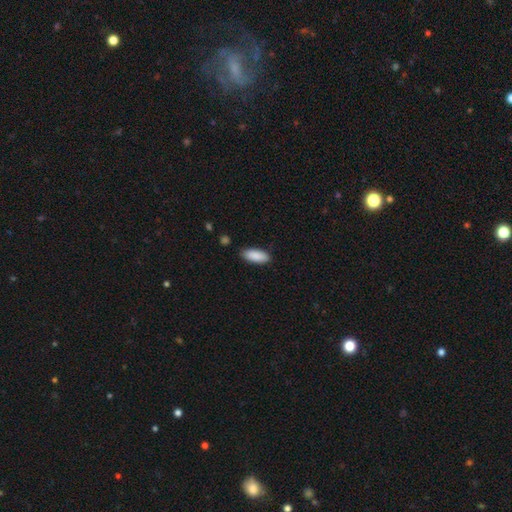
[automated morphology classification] Overall: smooth (90%). How rounded: in between (84%). Merging: none (86%).